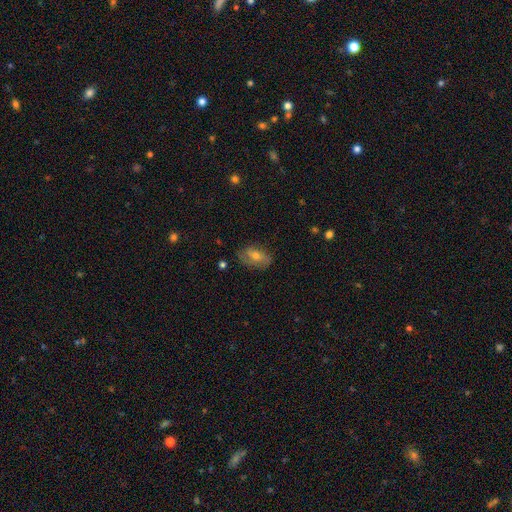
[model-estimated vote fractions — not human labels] A featured or disk galaxy (49%). Merging: none (72%).